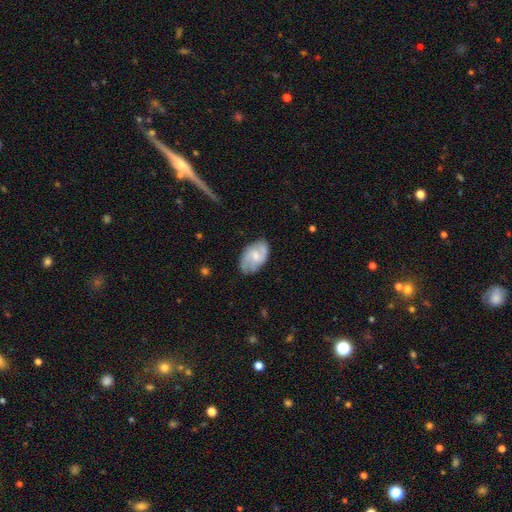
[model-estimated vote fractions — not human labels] This appears to be a featured or disk galaxy (63%) with a weak bar (48%), 2 (68%) medium (47%) spiral arms (88%) and a small central bulge (48%). Merging: none (71%).